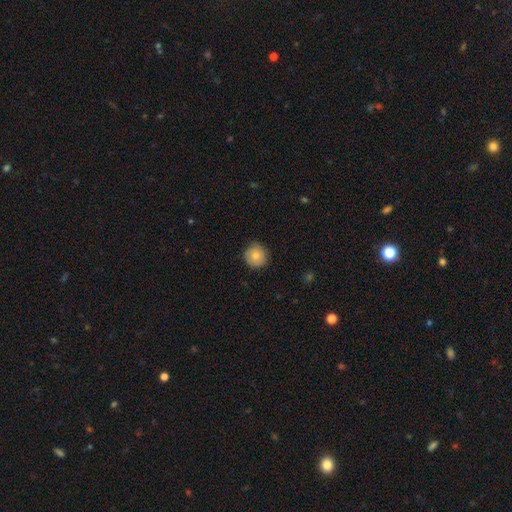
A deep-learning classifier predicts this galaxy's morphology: Overall: smooth (80%). How rounded: round (93%). Merging: none (85%).